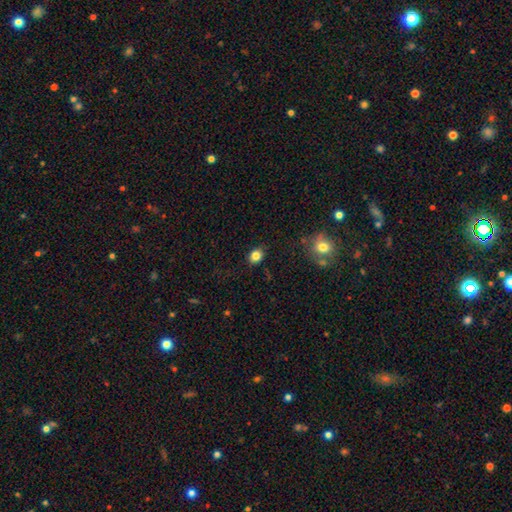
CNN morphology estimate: Smooth or featured: smooth — 83% (star or artifact — 11%)
How rounded: round — 53% (in between — 46%)
Merging: none — 84% (minor disturbance — 12%)